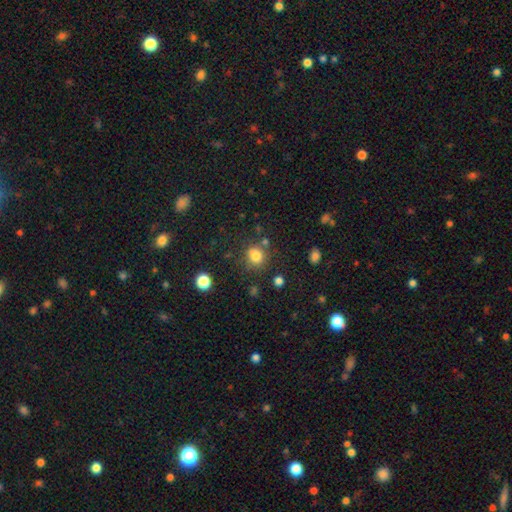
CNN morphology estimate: Overall: smooth (79%). How rounded: round (75%). Merging: none (71%).